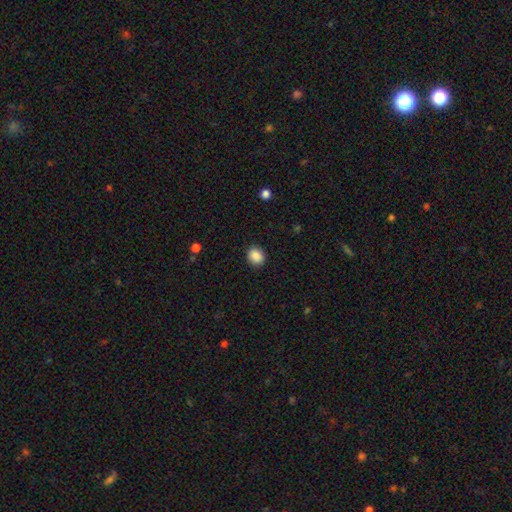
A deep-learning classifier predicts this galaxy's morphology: Q: Smooth or featured?
A: smooth (88%); runner-up: star or artifact (8%)
Q: How rounded?
A: round (64%); runner-up: in between (35%)
Q: Merging?
A: none (90%); runner-up: minor disturbance (7%)